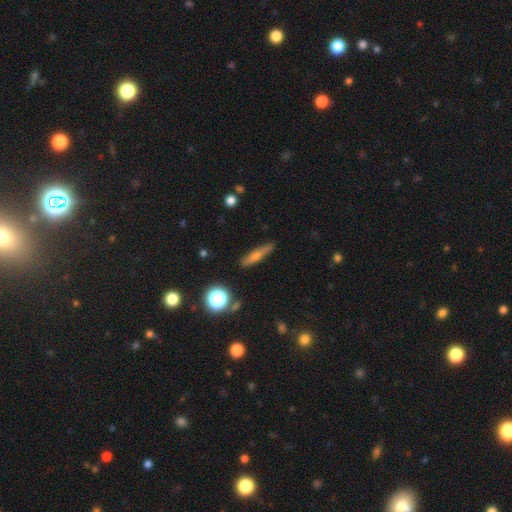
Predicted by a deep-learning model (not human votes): A smooth galaxy with no disk features (45%). Merging: none (87%).